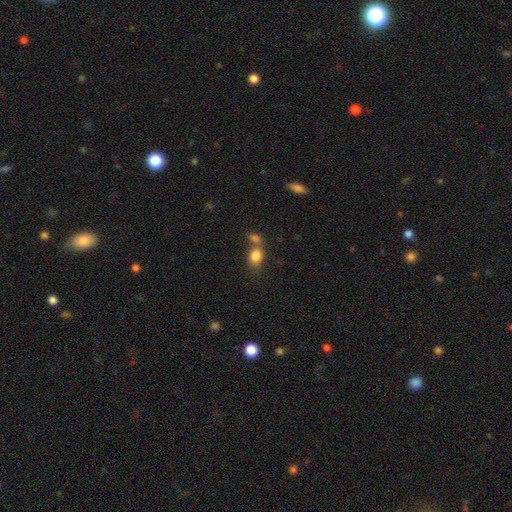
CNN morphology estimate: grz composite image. It shows a smooth galaxy with no disk features (83%) that is in between round and cigar-shaped (70%). Merging: merger (44%).